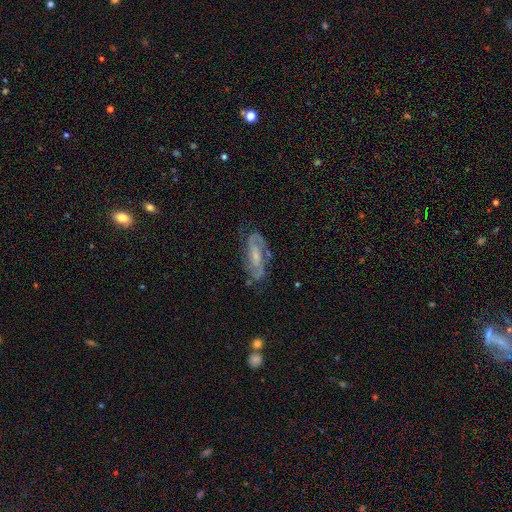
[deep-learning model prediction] The model was most divided on "bar": weak: 41%, no: 40%, strong: 19%. Remaining: spiral arms — yes (94%); edge-on disk — no (93%); smooth or featured — featured or disk (81%); spiral arm count — 2 (75%); merging — none (73%); bulge size — small (58%); spiral winding — medium (48%).